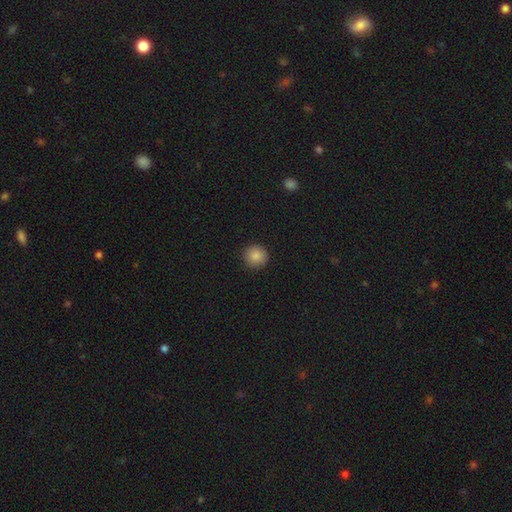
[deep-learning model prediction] Overall: smooth (87%). How rounded: round (93%). Merging: none (91%).